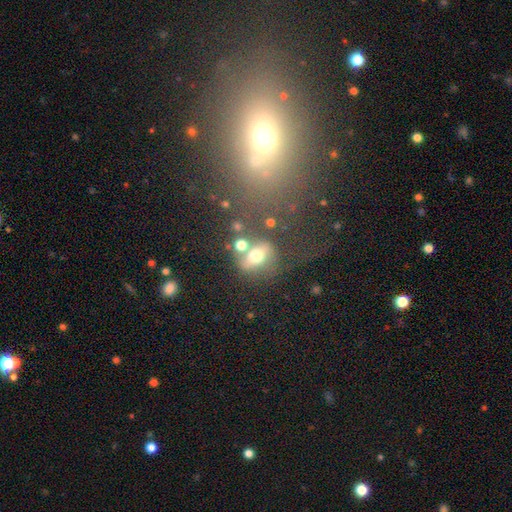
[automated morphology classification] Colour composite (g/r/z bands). It shows a smooth galaxy with no disk features (56%) that is in between round and cigar-shaped (55%). Merging: none (46%).